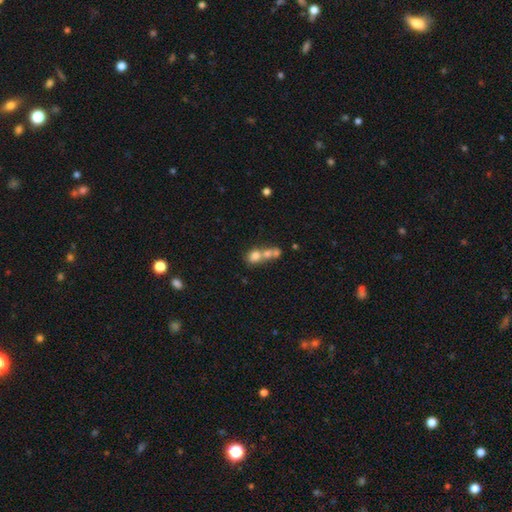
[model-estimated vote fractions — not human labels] smooth 69%, featured or disk 19%, star or artifact 12%. Down the decision tree: how rounded — round (64%); merging — merger (65%).